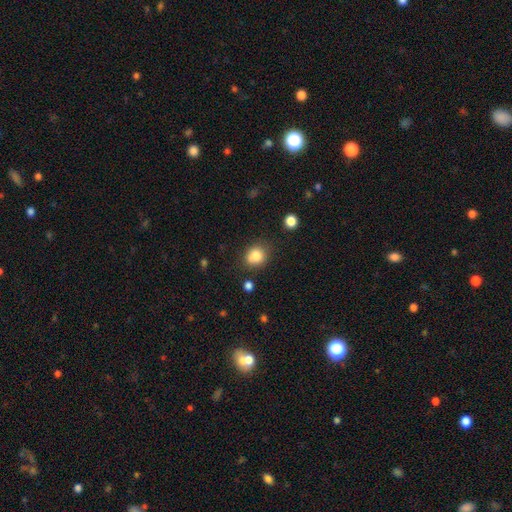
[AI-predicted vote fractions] Morphology: type=smooth (82%); roundness=round (70%); merging=none (70%).